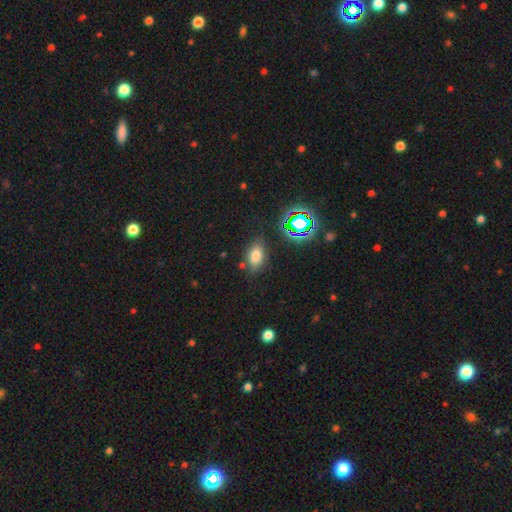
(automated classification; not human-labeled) smooth_or_featured: smooth (p=0.71) [alt: star or artifact p=0.18]
how_rounded: in between (p=0.85) [alt: round p=0.12]
merging: none (p=0.79) [alt: minor disturbance p=0.13]